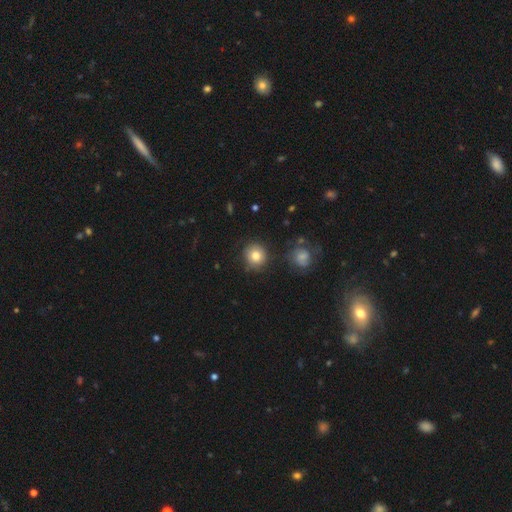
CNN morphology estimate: This appears to be a smooth galaxy with no disk features (82%) that is round (90%). Merging: none (84%).